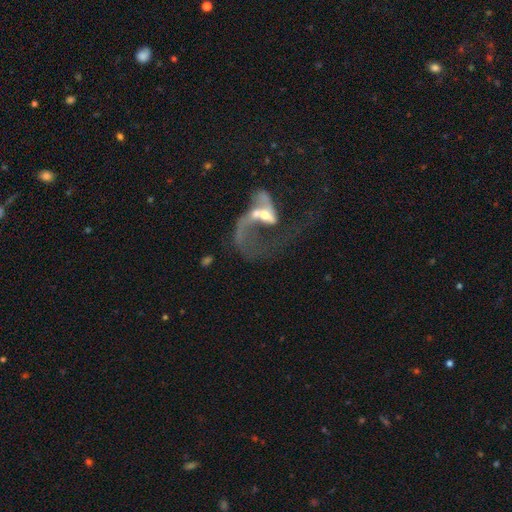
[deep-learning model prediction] Smooth or featured?
  - featured or disk: 78% *
  - smooth: 13%
  - star or artifact: 9%
Edge-on disk?
  - no: 96% *
  - yes: 4%
Bar?
  - no: 49% *
  - weak: 36%
  - strong: 15%
Spiral arms?
  - yes: 79% *
  - no: 21%
Spiral winding?
  - loose: 68% *
  - medium: 24%
  - tight: 7%
Spiral arm count?
  - 1: 61% *
  - 2: 29%
  - can't tell: 6%
  - 3: 2%
  - 4: 1%
  - more than 4: 1%
Bulge size?
  - moderate: 50% *
  - small: 33%
  - large: 8%
  - none: 7%
  - dominant: 2%
Merging?
  - merger: 37% *
  - major disturbance: 36%
  - none: 18%
  - minor disturbance: 9%